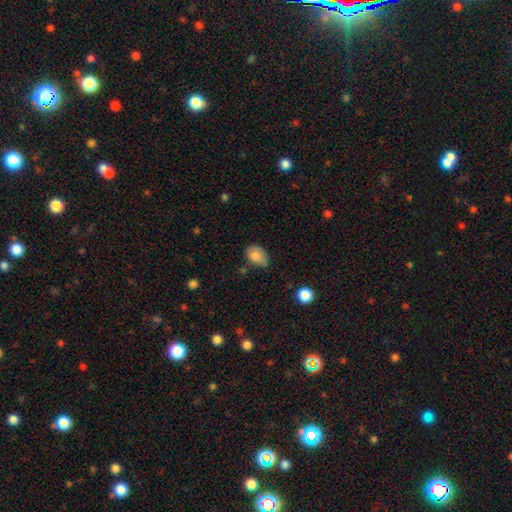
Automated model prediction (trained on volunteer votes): Morphology: type=smooth (80%); roundness=in between (73%); merging=none (49%).